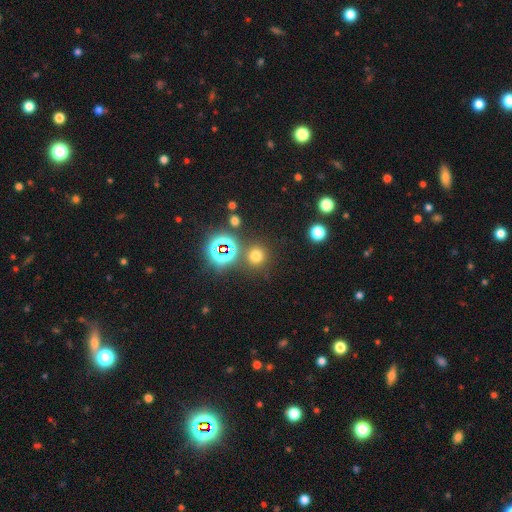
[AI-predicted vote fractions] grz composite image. It shows a smooth galaxy with no disk features (64%) that is round (92%). Merging: none (83%).